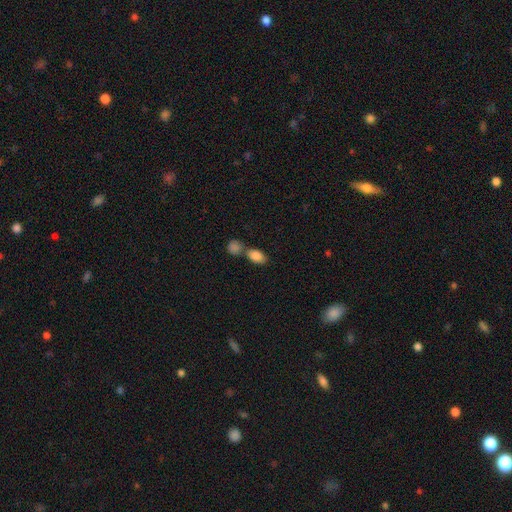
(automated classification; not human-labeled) smooth-or-featured: smooth: 86% | star or artifact: 8% | featured or disk: 6%
  how-rounded: in between: 88% | round: 9% | cigar-shaped: 2%
  merging: none: 44% | merger: 43% | minor disturbance: 9% | major disturbance: 4%